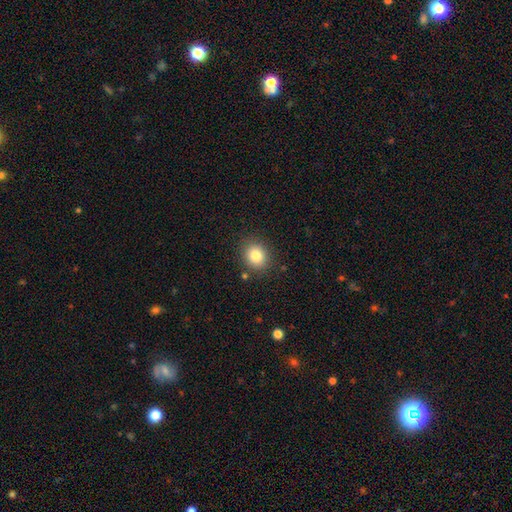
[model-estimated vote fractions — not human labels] smooth_or_featured: smooth (p=0.82) [alt: star or artifact p=0.11]
how_rounded: round (p=0.71) [alt: in between p=0.28]
merging: none (p=0.86) [alt: minor disturbance p=0.09]